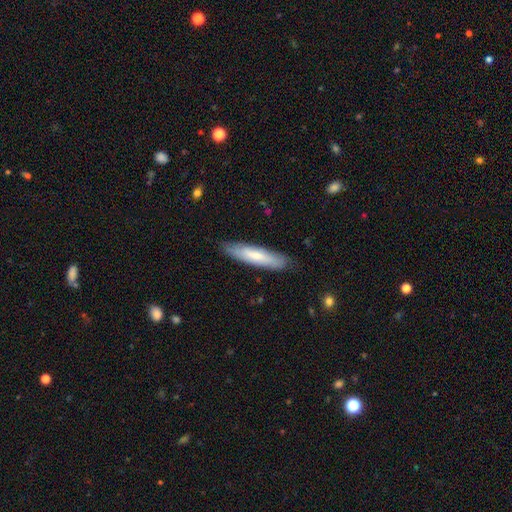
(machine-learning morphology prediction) Smooth or featured?
  - smooth: 64% *
  - featured or disk: 30%
  - star or artifact: 6%
How rounded?
  - cigar-shaped: 78% *
  - in between: 21%
  - round: 1%
Merging?
  - none: 85% *
  - minor disturbance: 12%
  - major disturbance: 2%
  - merger: 1%